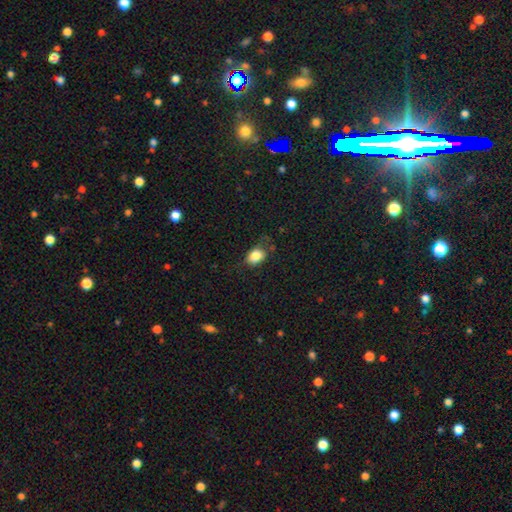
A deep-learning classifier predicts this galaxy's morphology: smooth-or-featured: smooth: 84% | star or artifact: 9% | featured or disk: 7%
  how-rounded: in between: 71% | round: 28% | cigar-shaped: 1%
  merging: none: 65% | minor disturbance: 24% | major disturbance: 9% | merger: 2%